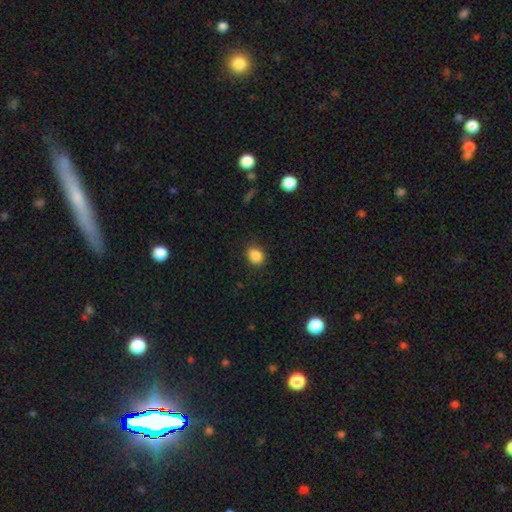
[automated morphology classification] Smooth or featured? Predicted: smooth (p=0.86). How rounded? Predicted: round (p=0.58). Merging? Predicted: none (p=0.83).